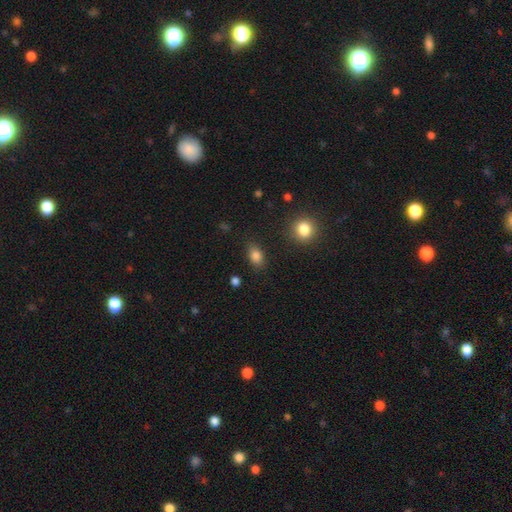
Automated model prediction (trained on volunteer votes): Smooth or featured? Predicted: smooth (p=0.84). How rounded? Predicted: in between (p=0.77). Merging? Predicted: none (p=0.81).